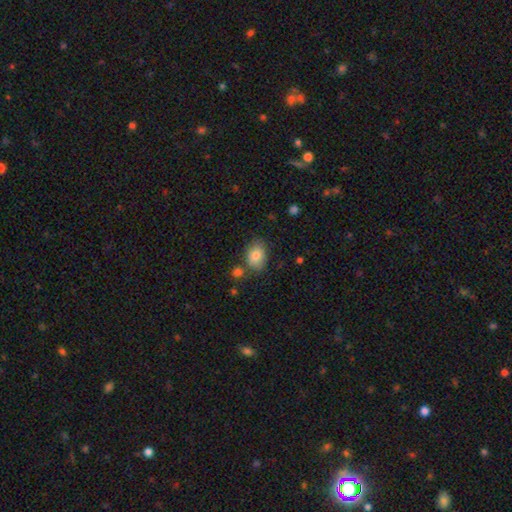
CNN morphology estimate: Smooth or featured? Predicted: smooth (p=0.82). How rounded? Predicted: in between (p=0.76). Merging? Predicted: none (p=0.72).